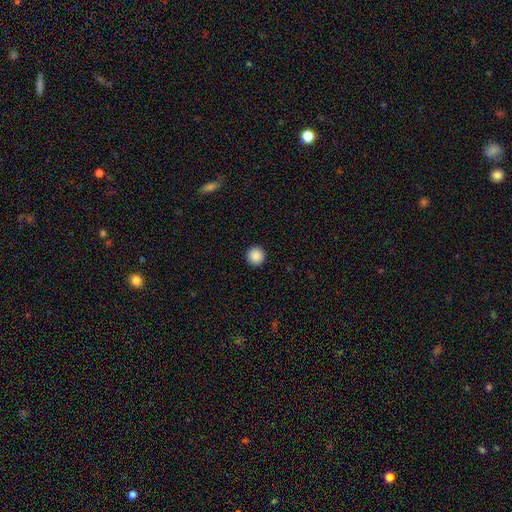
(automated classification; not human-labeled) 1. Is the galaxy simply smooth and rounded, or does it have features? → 89% smooth, 9% star or artifact, 3% featured or disk.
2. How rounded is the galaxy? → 96% round, 3% in between, 1% cigar-shaped.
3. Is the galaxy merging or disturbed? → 93% none, 4% minor disturbance, 2% major disturbance, 1% merger.